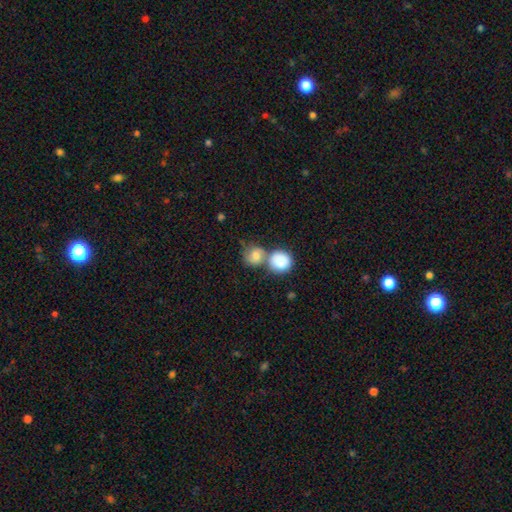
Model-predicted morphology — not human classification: A smooth galaxy with no disk features (75%) that is round (77%). Merging: merger (58%).